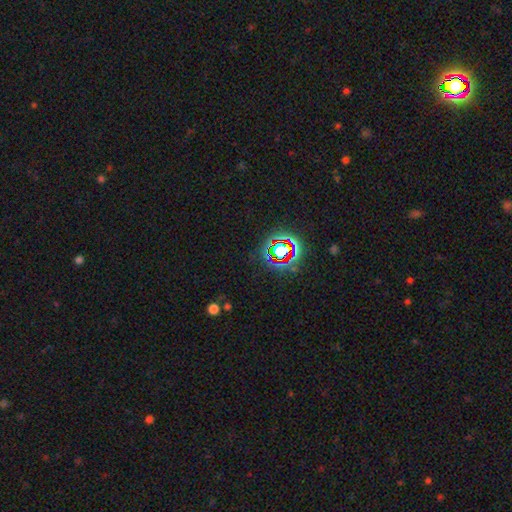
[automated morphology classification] Smooth or featured: star or artifact — 74% (smooth — 14%)